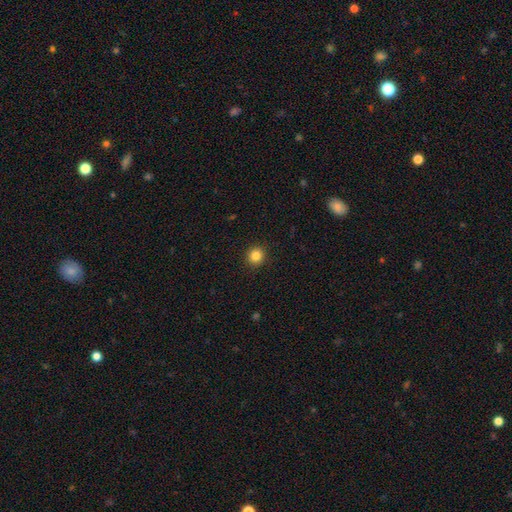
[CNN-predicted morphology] Q: Smooth or featured?
A: smooth (84%); runner-up: star or artifact (12%)
Q: How rounded?
A: round (92%); runner-up: in between (7%)
Q: Merging?
A: none (92%); runner-up: minor disturbance (5%)